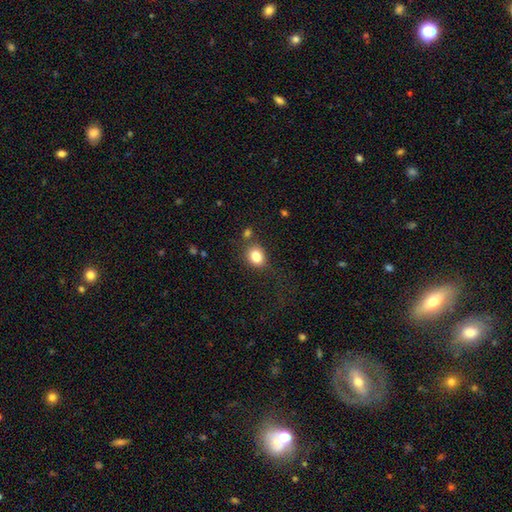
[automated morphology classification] type=smooth (83%); roundness=round (53%); merging=none (66%).